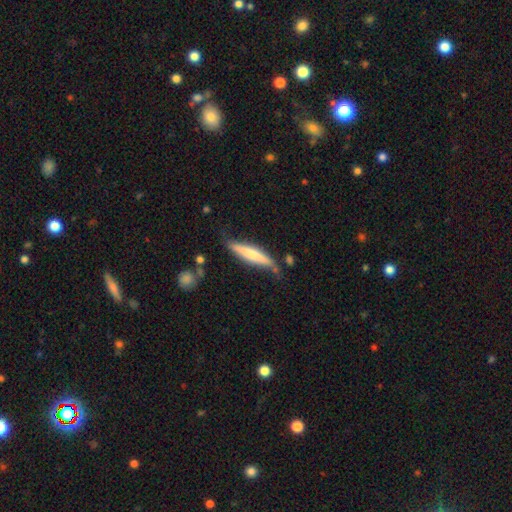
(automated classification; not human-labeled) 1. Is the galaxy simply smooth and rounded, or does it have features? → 55% smooth, 40% featured or disk, 5% star or artifact.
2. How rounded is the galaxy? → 87% cigar-shaped, 11% in between, 1% round.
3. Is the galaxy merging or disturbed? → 61% none, 27% minor disturbance, 7% major disturbance, 4% merger.